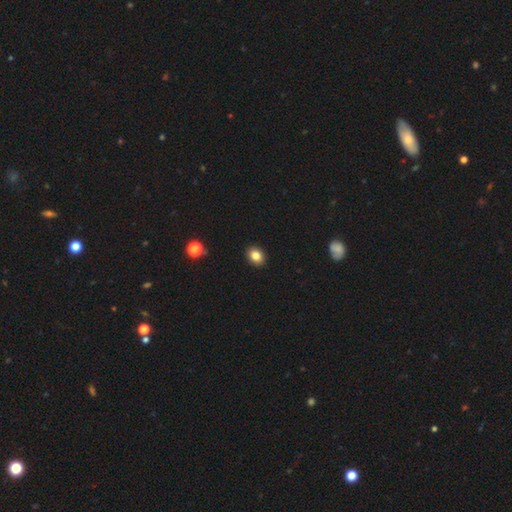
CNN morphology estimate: type=smooth (83%); roundness=in between (58%); merging=none (91%).